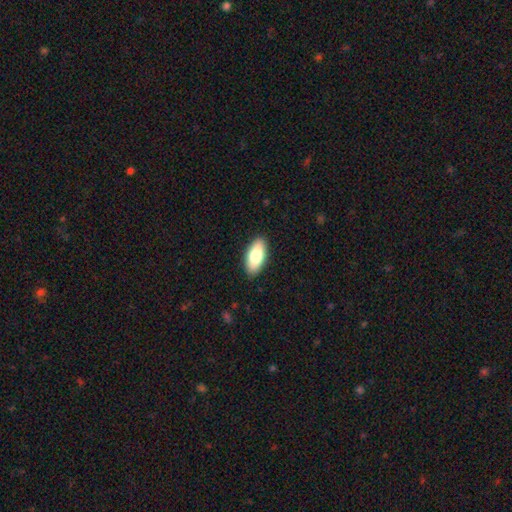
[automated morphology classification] Smooth or featured? smooth (79%)
How rounded? in between (90%)
Merging? none (90%)